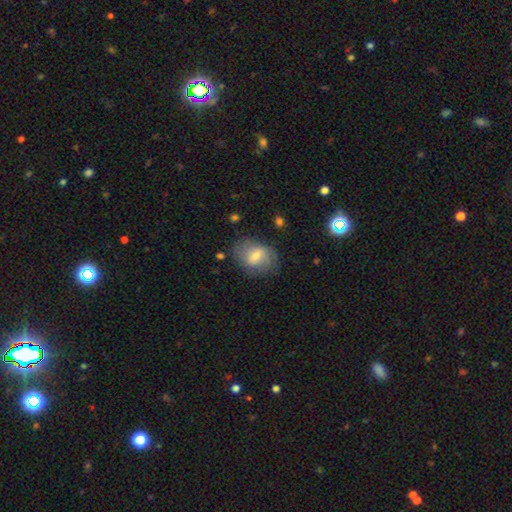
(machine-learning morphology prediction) The model was most divided on "smooth or featured": smooth: 58%, featured or disk: 34%, star or artifact: 8%. More confident: how rounded — in between (67%); merging — none (66%).